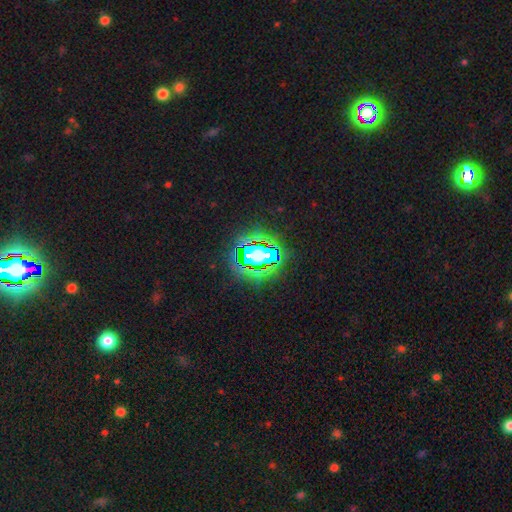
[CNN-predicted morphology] Smooth or featured? Predicted: star or artifact (p=0.70).